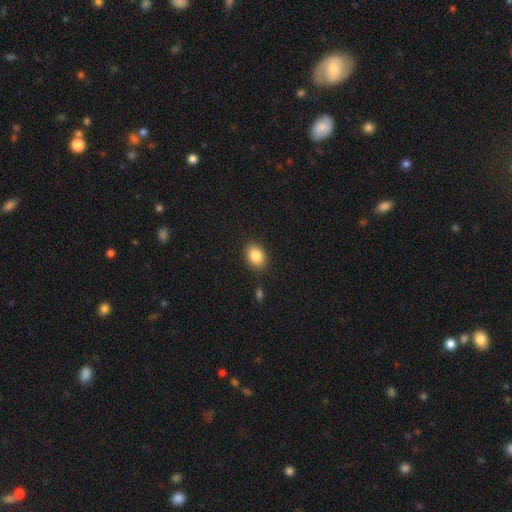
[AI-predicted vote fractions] This is clearly a smooth galaxy (85%). How rounded: likely in between (72%). Merging: clearly none (86%).